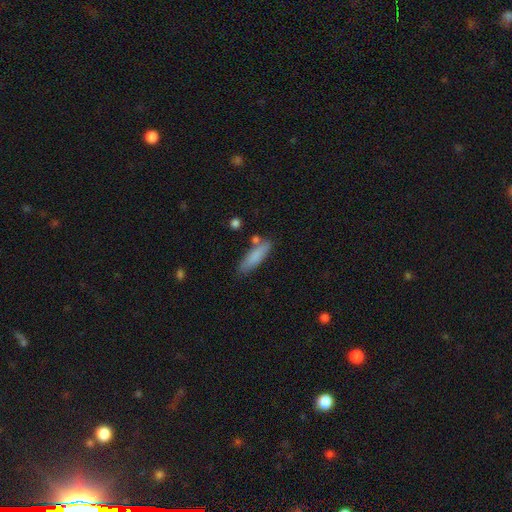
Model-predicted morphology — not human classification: Overall: smooth (81%). How rounded: cigar-shaped (61%; in between 37%). Merging: none (76%).